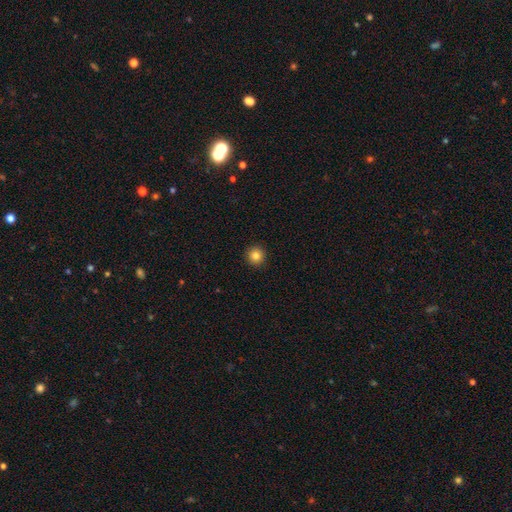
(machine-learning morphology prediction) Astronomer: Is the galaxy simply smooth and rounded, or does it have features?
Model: smooth — 83%.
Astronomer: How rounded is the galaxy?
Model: round — 95%.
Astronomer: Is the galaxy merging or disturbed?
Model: none — 93%.